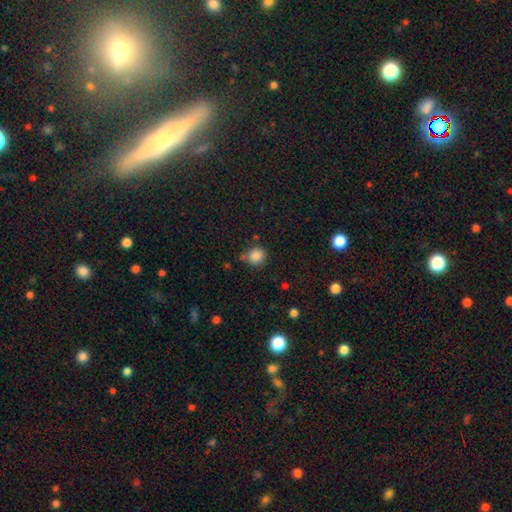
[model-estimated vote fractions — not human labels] Morphology: type=smooth (85%); roundness=round (80%); merging=none (68%).